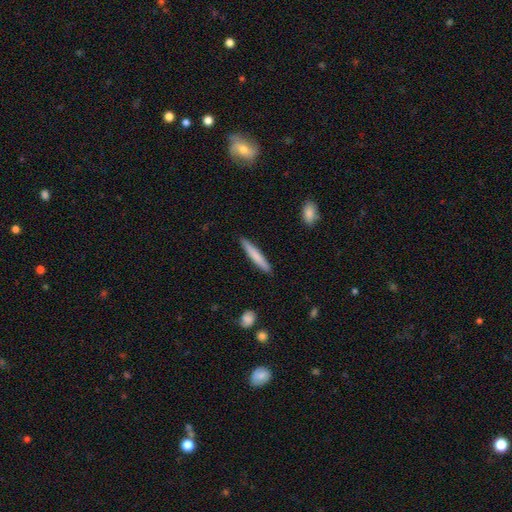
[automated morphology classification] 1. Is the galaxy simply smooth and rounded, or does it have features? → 74% smooth, 21% featured or disk, 5% star or artifact.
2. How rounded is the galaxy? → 95% cigar-shaped, 4% in between, 1% round.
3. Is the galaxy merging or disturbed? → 90% none, 7% minor disturbance, 2% major disturbance, 1% merger.